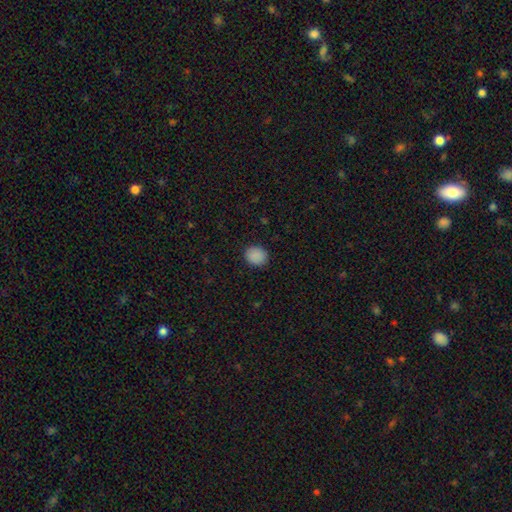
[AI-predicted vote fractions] Smooth or featured? smooth (88%)
How rounded? round (69%)
Merging? none (89%)